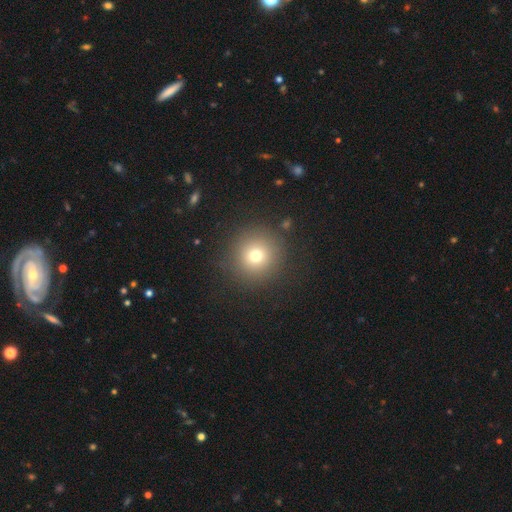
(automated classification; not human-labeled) Smooth or featured? Predicted: smooth (p=0.73). How rounded? Predicted: round (p=0.95). Merging? Predicted: none (p=0.88).